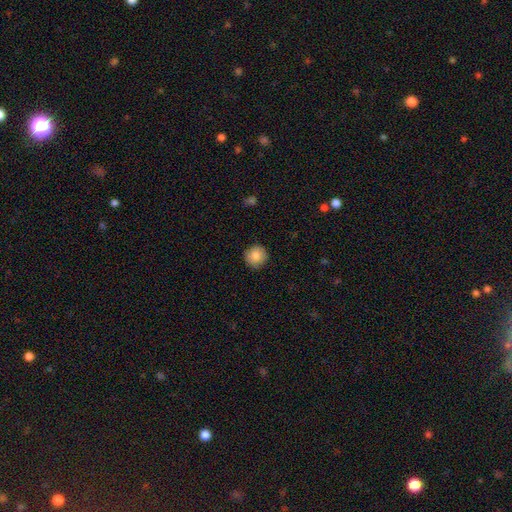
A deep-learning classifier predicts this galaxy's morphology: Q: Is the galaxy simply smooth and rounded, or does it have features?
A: smooth — 84%.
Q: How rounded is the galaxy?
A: round — 94%.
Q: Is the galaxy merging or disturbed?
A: none — 90%.